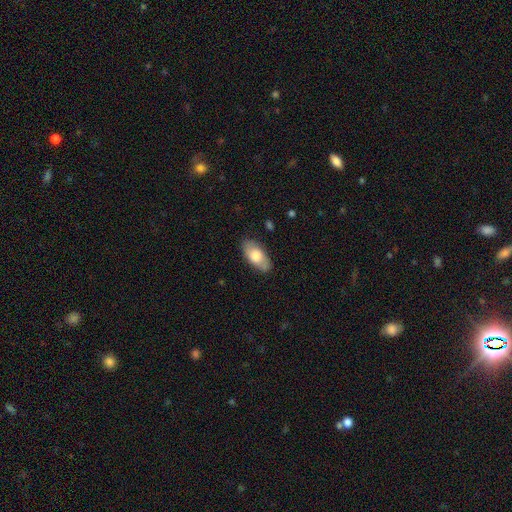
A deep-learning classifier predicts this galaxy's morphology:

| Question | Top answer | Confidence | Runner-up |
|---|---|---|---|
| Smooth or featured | smooth | 71% | featured or disk (23%) |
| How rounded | in between | 91% | cigar-shaped (6%) |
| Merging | none | 83% | minor disturbance (13%) |